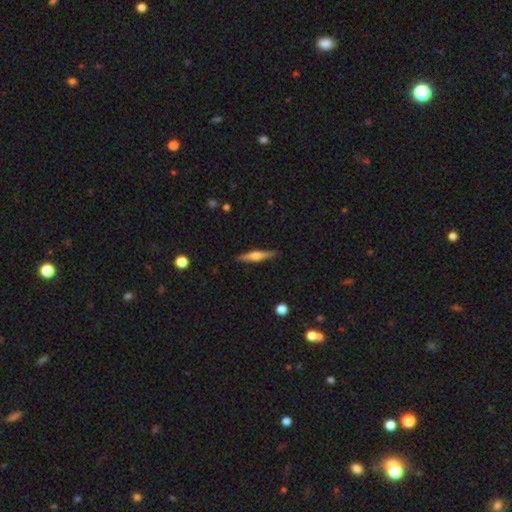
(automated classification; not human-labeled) The model was most divided on "smooth or featured": featured or disk: 63%, smooth: 31%, star or artifact: 6%. More confident: edge-on disk — yes (97%); merging — none (89%); edge-on bulge — rounded (79%).